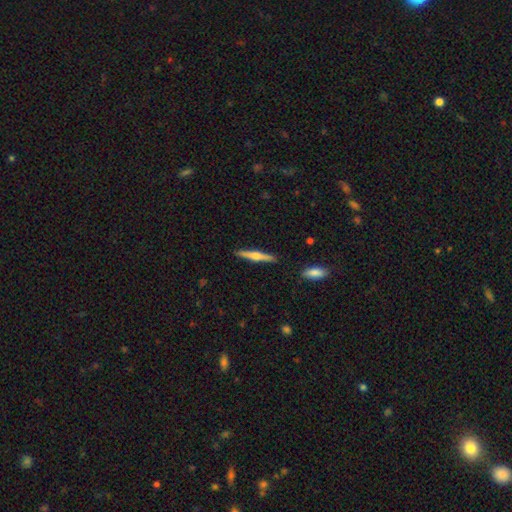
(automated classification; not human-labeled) This appears to be a featured or disk galaxy (61%) viewed edge-on (98%) with a rounded central bulge (85%). Merging: none (91%).